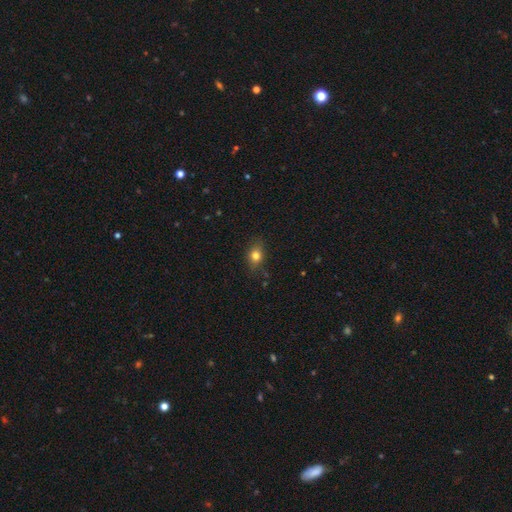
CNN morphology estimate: A smooth galaxy with no disk features (77%) that is in between round and cigar-shaped (59%).

Vote fractions:
- Smooth or featured? smooth: 77% / star or artifact: 12% / featured or disk: 11%
- How rounded? in between: 59% / round: 38% / cigar-shaped: 3%
- Merging? none: 79% / minor disturbance: 16% / major disturbance: 3% / merger: 1%